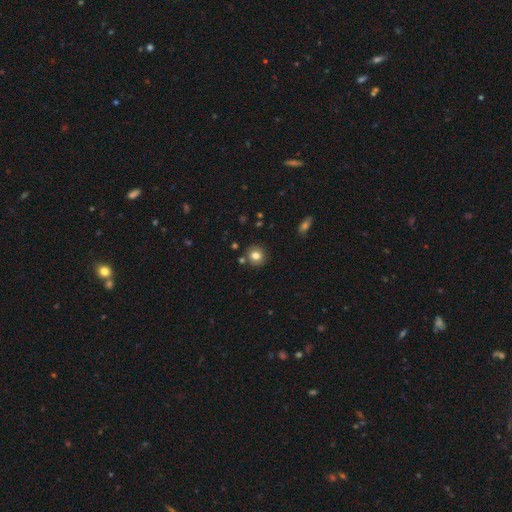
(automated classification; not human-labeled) Overall: smooth (79%). How rounded: round (86%). Merging: none (82%).